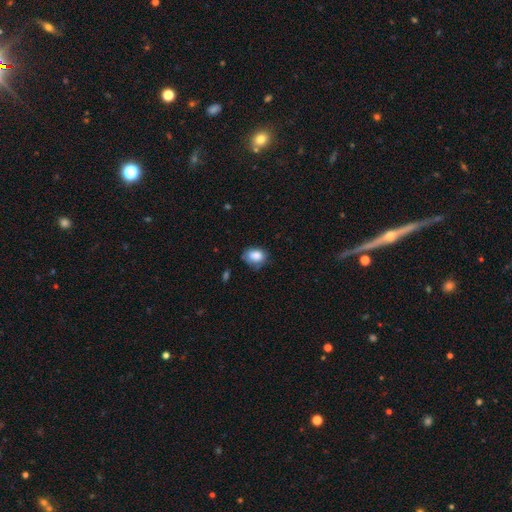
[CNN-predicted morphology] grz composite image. It shows a smooth galaxy with no disk features (83%) that is in between round and cigar-shaped (65%). Merging: none (57%).